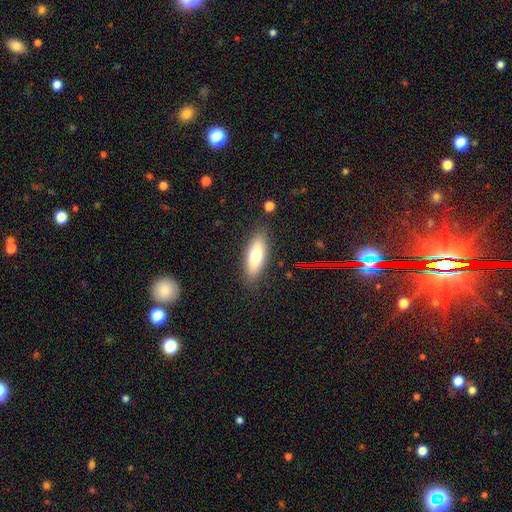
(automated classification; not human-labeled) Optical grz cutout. It shows a smooth galaxy with no disk features (72%) that is in between round and cigar-shaped (67%). Merging: none (85%).